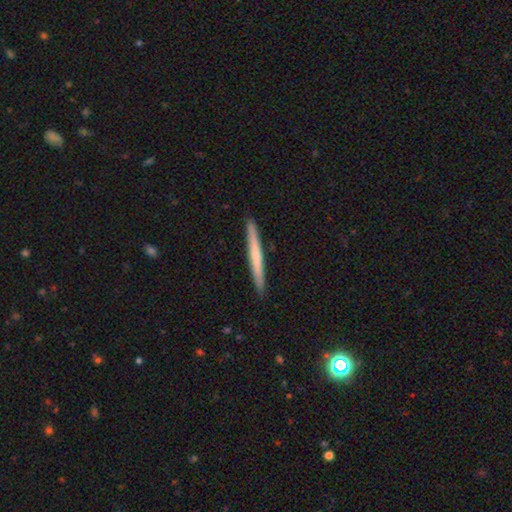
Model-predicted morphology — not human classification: Overall: smooth (53%; featured or disk 42%). How rounded: cigar-shaped (97%). Merging: none (92%).